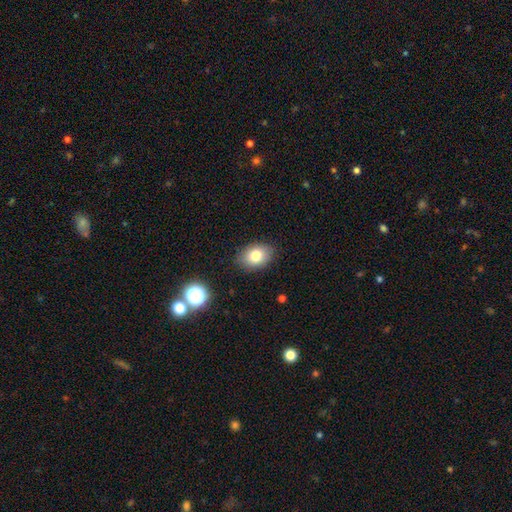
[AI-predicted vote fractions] smooth_or_featured: smooth (p=0.80) [alt: featured or disk p=0.10]
how_rounded: in between (p=0.78) [alt: round p=0.21]
merging: none (p=0.85) [alt: minor disturbance p=0.11]